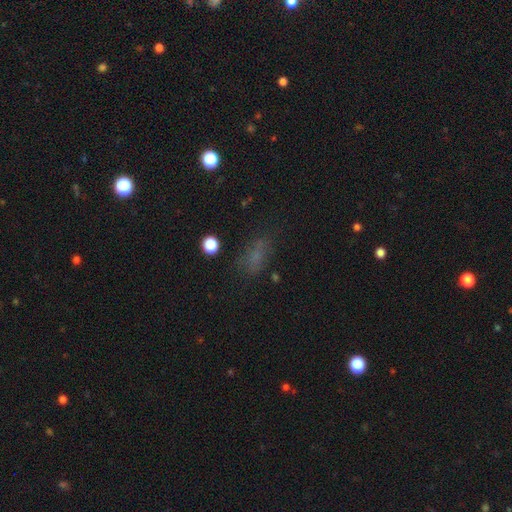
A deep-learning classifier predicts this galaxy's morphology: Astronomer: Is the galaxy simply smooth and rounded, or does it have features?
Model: smooth — 59%.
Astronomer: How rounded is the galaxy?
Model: in between — 77%.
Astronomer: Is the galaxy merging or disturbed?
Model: none — 60%.